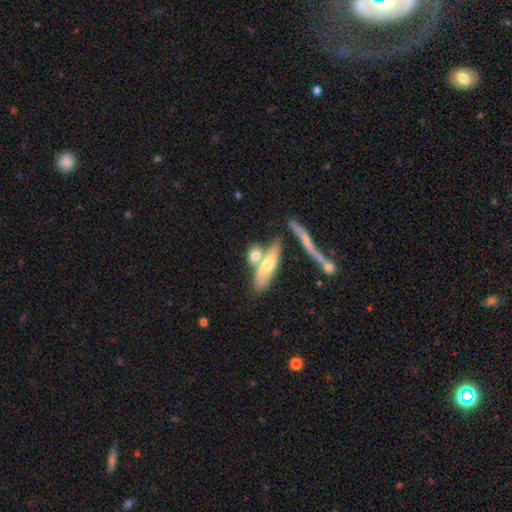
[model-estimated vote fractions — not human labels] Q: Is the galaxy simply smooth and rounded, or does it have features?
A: smooth — 64%.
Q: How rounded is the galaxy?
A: in between — 47%.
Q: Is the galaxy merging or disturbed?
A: none — 42%.